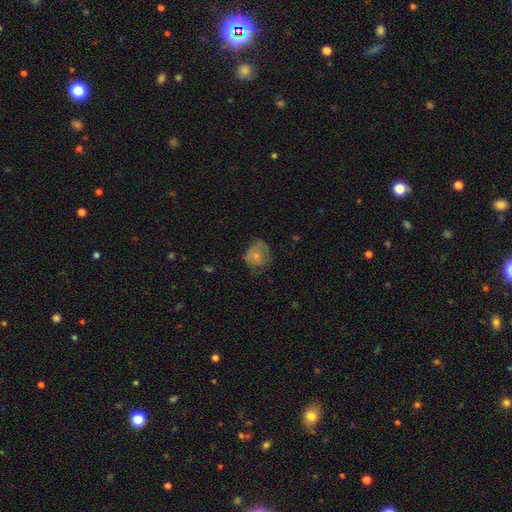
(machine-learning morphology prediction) This appears to be a smooth galaxy with no disk features (62%) that is round (65%). Merging: none (45%).